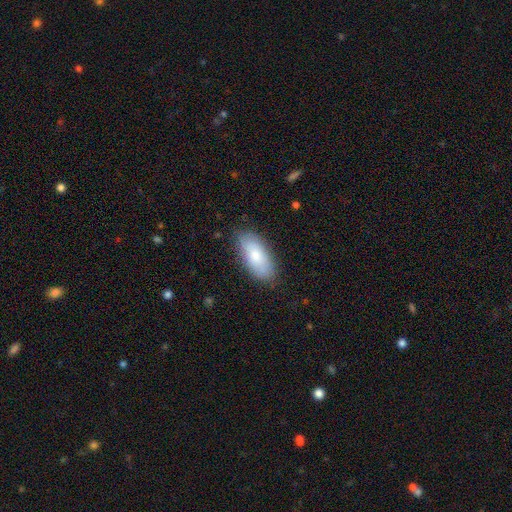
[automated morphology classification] type=smooth (78%); roundness=in between (89%); merging=none (83%).